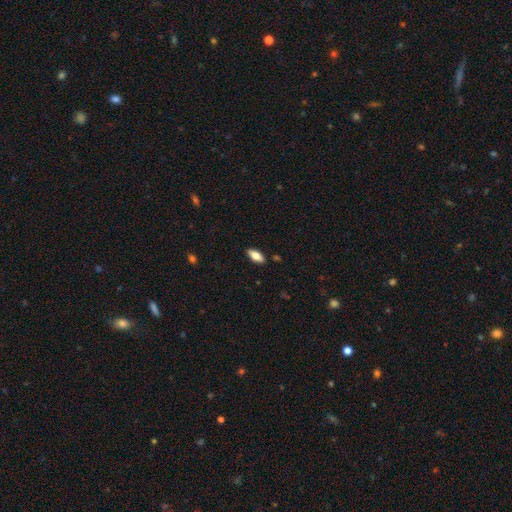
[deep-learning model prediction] smooth 74%, featured or disk 20%, star or artifact 6%. Down the decision tree: how rounded — in between (82%); merging — none (88%).